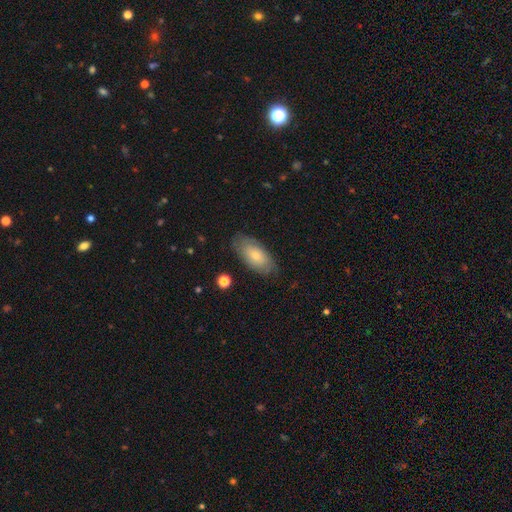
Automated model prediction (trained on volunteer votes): Morphology: type=smooth (69%); roundness=in between (91%); merging=none (78%).